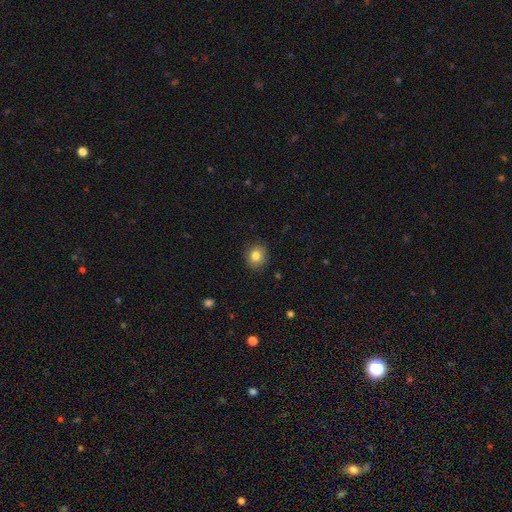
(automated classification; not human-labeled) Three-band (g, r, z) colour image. It shows a smooth galaxy with no disk features (83%) that is round (76%). Merging: none (88%).